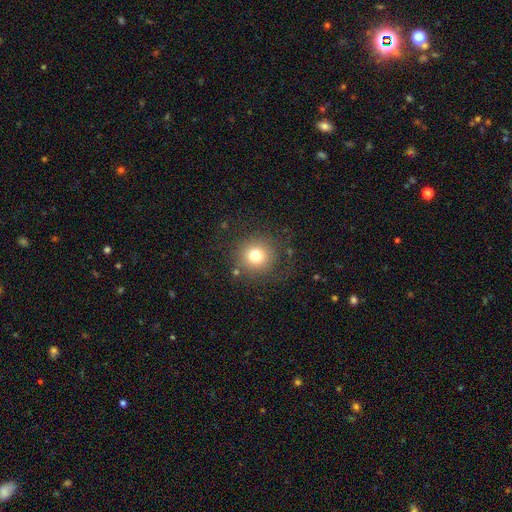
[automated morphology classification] This is likely a smooth galaxy (75%). How rounded: clearly round (93%). Merging: clearly none (82%).